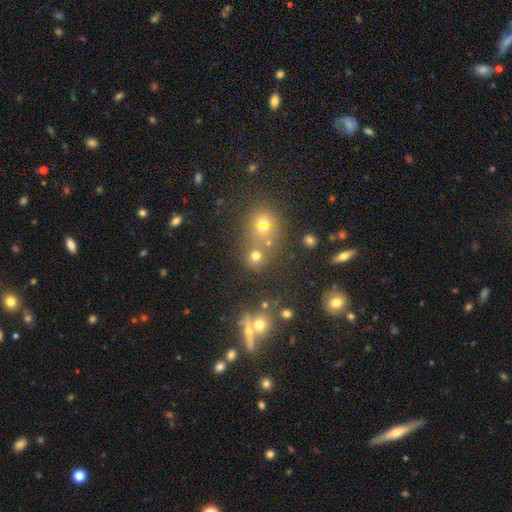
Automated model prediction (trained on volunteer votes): This is likely a smooth galaxy (68%). How rounded: clearly round (82%). Merging: possibly none (58%).